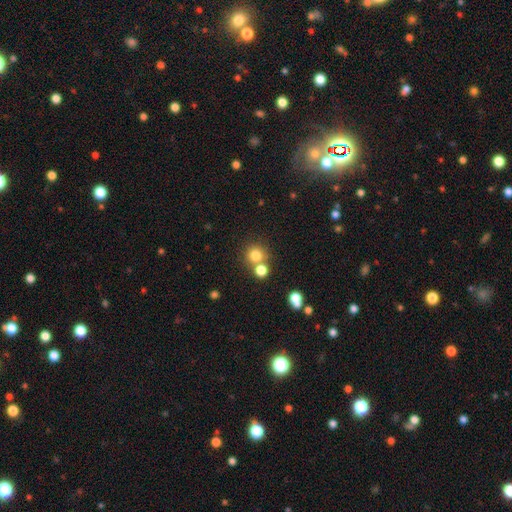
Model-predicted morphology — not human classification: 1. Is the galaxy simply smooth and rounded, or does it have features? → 78% smooth, 14% star or artifact, 8% featured or disk.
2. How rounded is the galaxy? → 92% round, 7% in between, 1% cigar-shaped.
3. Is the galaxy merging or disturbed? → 65% none, 24% merger, 7% minor disturbance, 3% major disturbance.